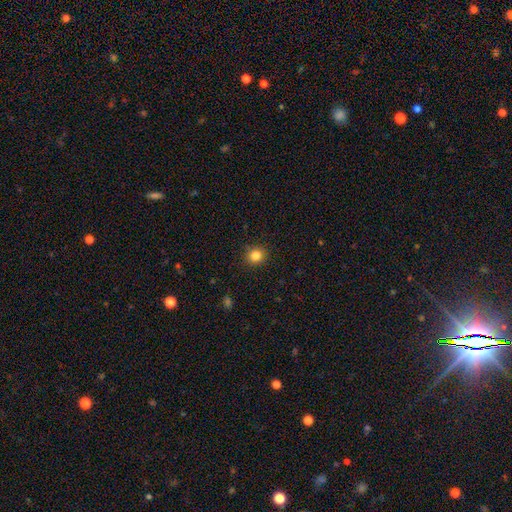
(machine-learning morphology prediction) The model was most divided on "smooth or featured": smooth: 84%, star or artifact: 11%, featured or disk: 5%. More confident: merging — none (91%); how rounded — round (87%).